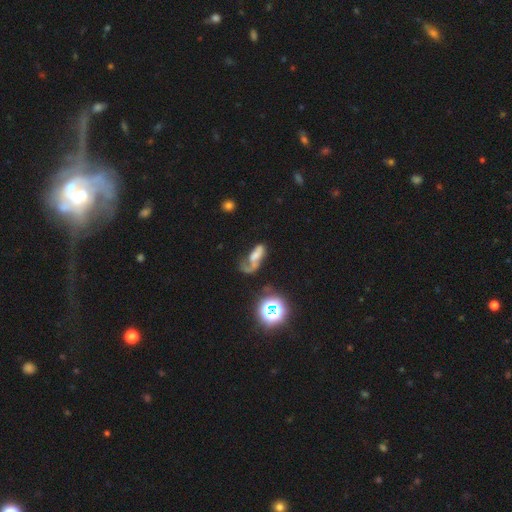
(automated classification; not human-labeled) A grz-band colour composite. It shows a featured or disk galaxy (45%). Merging: major disturbance (45%).